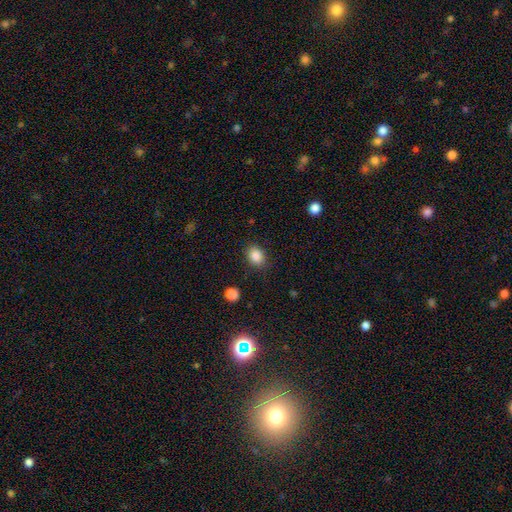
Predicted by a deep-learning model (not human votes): This appears to be a smooth galaxy with no disk features (86%) that is in between round and cigar-shaped (56%). Merging: none (83%).